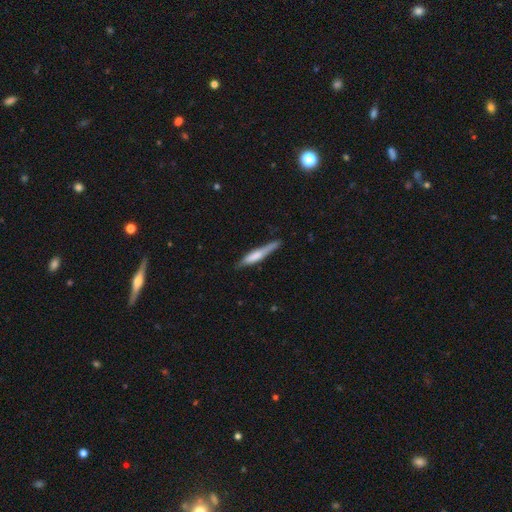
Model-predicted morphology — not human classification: A smooth galaxy with no disk features (55%) that is cigar-shaped (89%).

Vote fractions:
- Smooth or featured? smooth: 55% / featured or disk: 39% / star or artifact: 6%
- How rounded? cigar-shaped: 89% / in between: 9% / round: 2%
- Merging? none: 70% / minor disturbance: 23% / major disturbance: 5% / merger: 2%